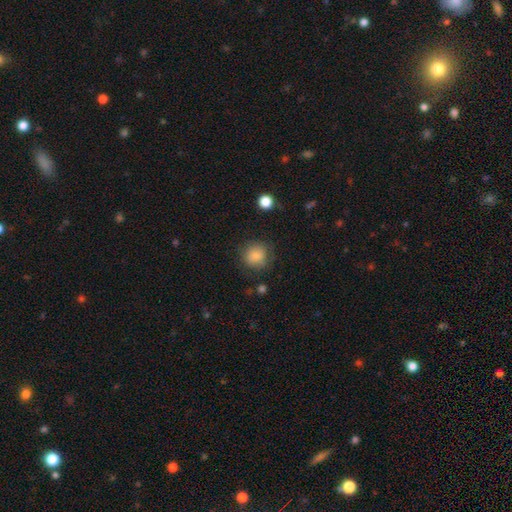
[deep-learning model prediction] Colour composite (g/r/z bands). It shows a smooth galaxy with no disk features (84%) that is round (84%). Merging: none (76%).